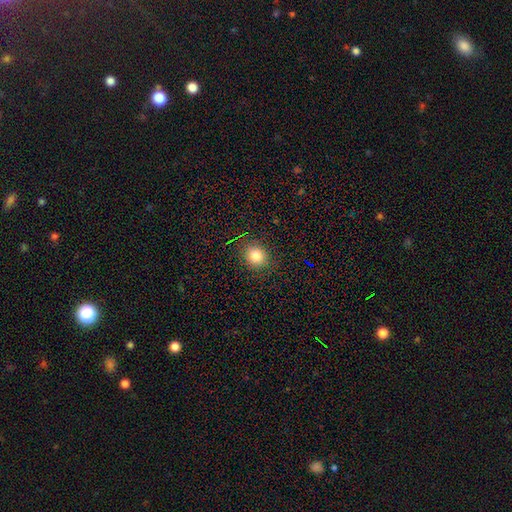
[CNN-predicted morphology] Overall: smooth (82%). How rounded: round (77%). Merging: none (88%).